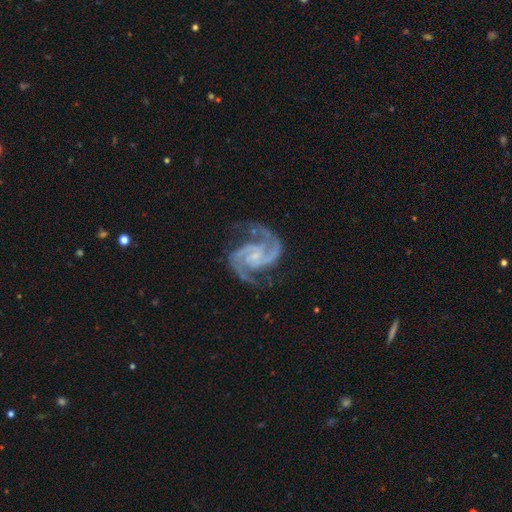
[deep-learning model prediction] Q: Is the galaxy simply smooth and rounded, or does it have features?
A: featured or disk — 94%.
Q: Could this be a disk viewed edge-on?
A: no — 98%.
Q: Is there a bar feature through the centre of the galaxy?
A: no — 52%.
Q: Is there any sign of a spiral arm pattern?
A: yes — 99%.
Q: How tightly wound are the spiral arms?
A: medium — 63%.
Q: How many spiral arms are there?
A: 2 — 87%.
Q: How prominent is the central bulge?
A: small — 70%.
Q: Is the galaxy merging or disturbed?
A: none — 73%.